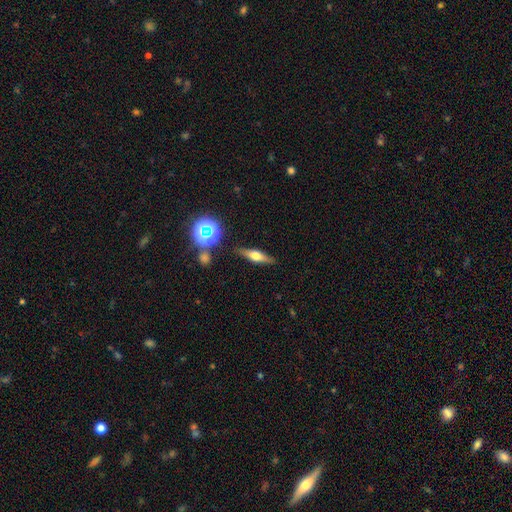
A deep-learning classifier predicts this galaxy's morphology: smooth-or-featured: featured or disk: 55% | smooth: 34% | star or artifact: 11%
  disk-edge-on: yes: 93% | no: 7%
    edge-on-bulge: rounded: 91% | boxy: 7% | none: 2%
  merging: none: 86% | minor disturbance: 9% | merger: 2% | major disturbance: 2%